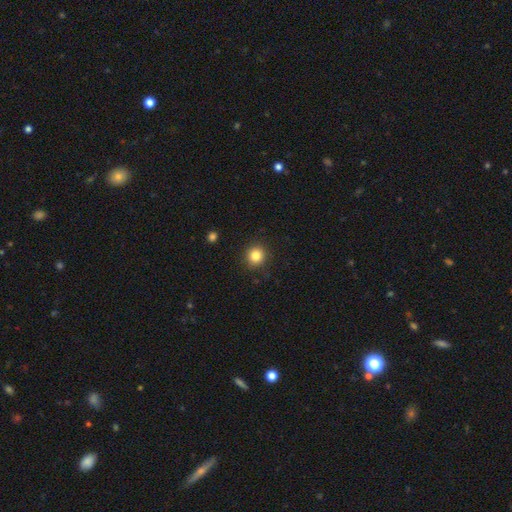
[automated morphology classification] smooth-or-featured: smooth: 84% | star or artifact: 11% | featured or disk: 5%
  how-rounded: round: 90% | in between: 9% | cigar-shaped: 1%
  merging: none: 89% | minor disturbance: 7% | major disturbance: 2% | merger: 1%